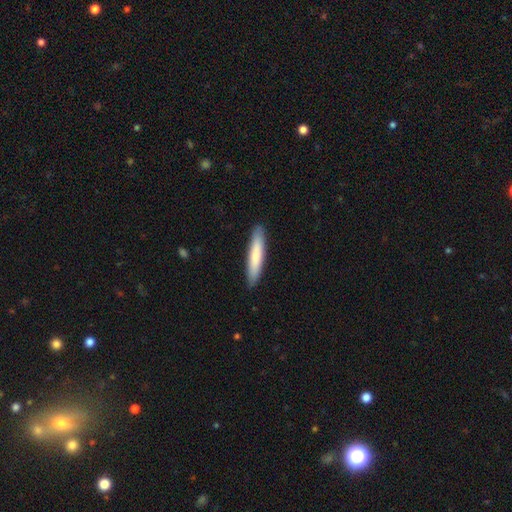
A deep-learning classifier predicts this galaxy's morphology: A smooth galaxy with no disk features (76%) that is cigar-shaped (91%). Merging: none (90%).